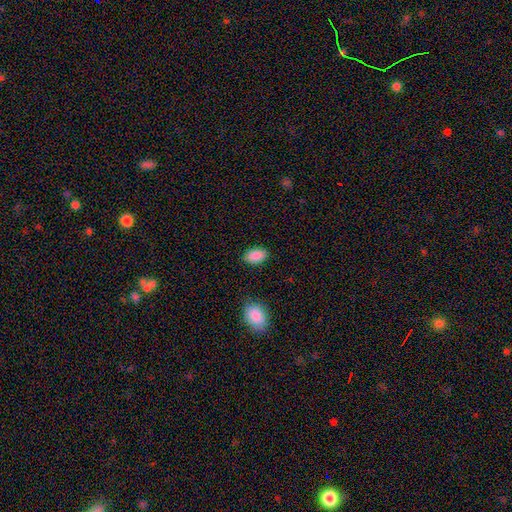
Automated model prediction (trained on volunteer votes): Overall: smooth (89%). How rounded: in between (91%). Merging: none (86%).